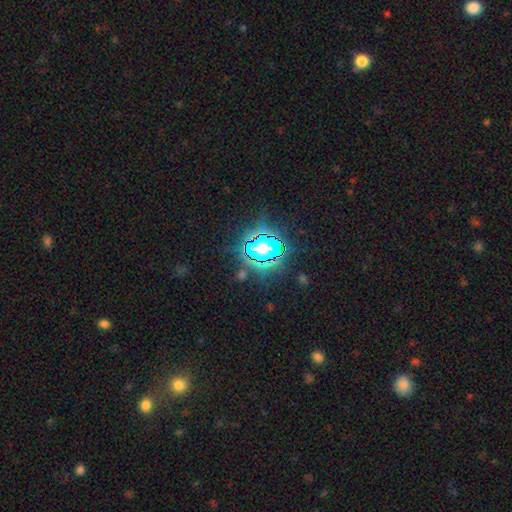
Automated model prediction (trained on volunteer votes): A star or artifact, not a galaxy (82%).